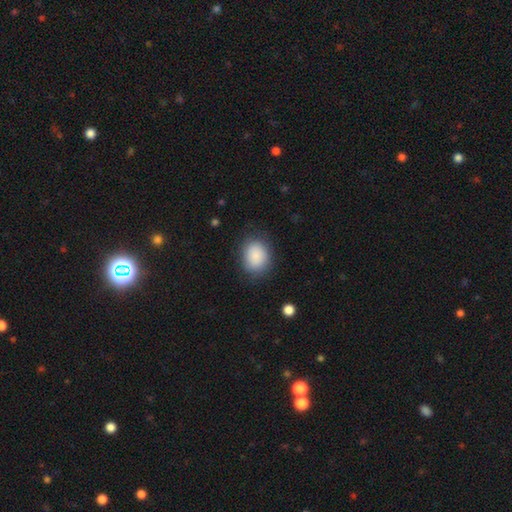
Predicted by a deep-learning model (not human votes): Morphology: type=smooth (88%); roundness=in between (50%); merging=none (81%).